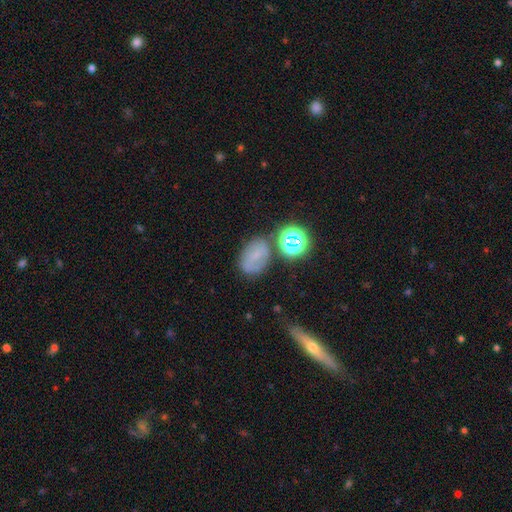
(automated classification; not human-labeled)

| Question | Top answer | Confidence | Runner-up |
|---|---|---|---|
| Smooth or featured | smooth | 47% | featured or disk (33%) |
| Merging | none | 63% | minor disturbance (21%) |